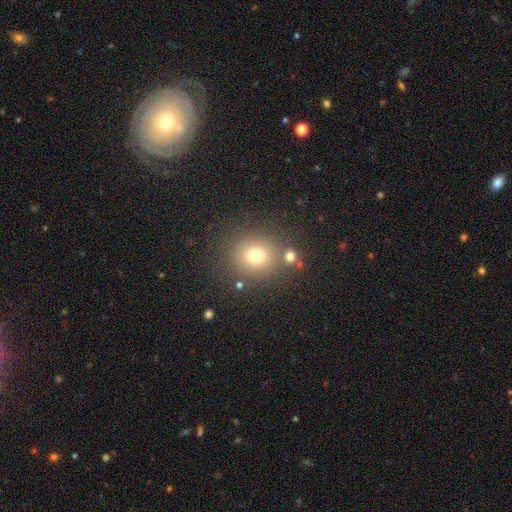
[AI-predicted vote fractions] smooth 72%, star or artifact 18%, featured or disk 10%. Down the decision tree: how rounded — round (86%); merging — none (80%).